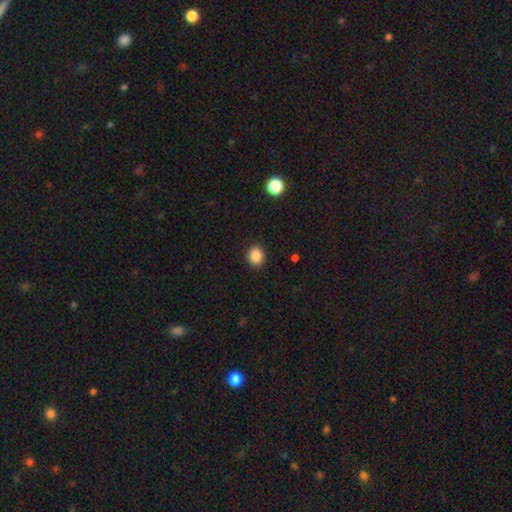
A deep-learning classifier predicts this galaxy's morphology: Smooth or featured? Predicted: smooth (p=0.87). How rounded? Predicted: round (p=0.67). Merging? Predicted: none (p=0.91).